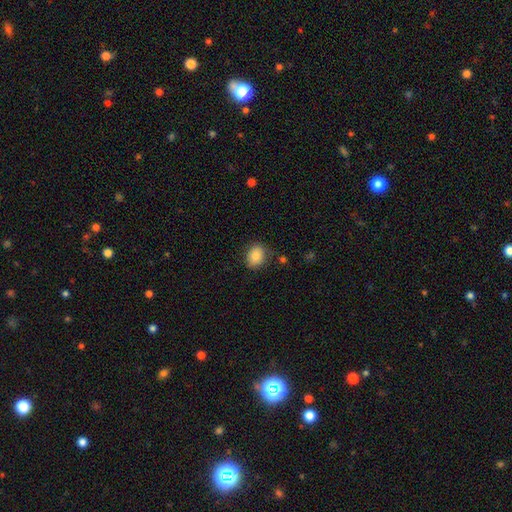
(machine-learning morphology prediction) A smooth galaxy with no disk features (84%) that is in between round and cigar-shaped (54%). Merging: none (79%).